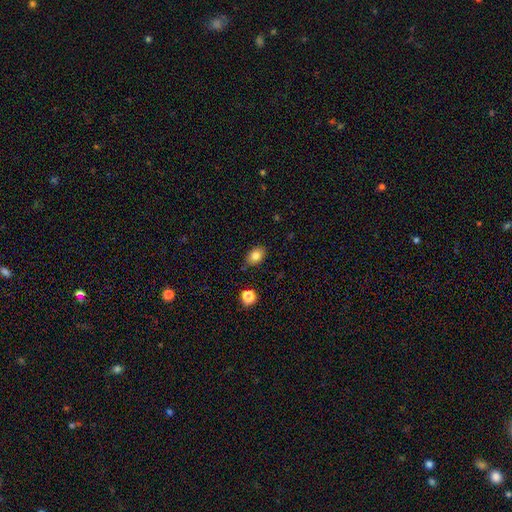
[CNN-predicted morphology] Overall: smooth (81%). How rounded: in between (80%). Merging: none (83%).